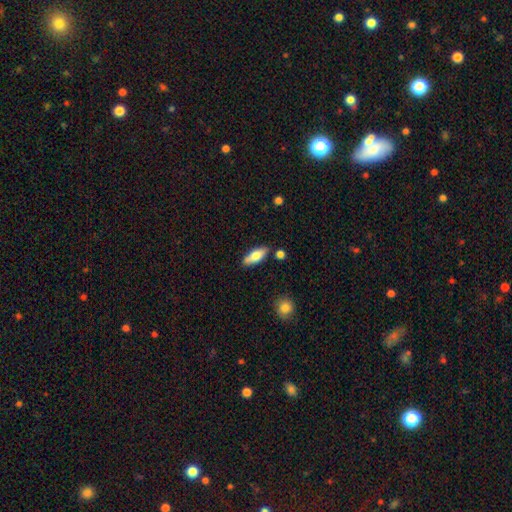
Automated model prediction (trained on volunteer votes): Smooth or featured? smooth (72%)
How rounded? in between (69%)
Merging? none (80%)